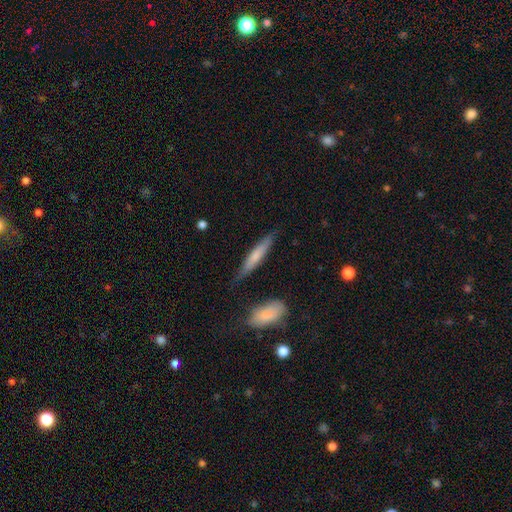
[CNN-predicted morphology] Q: Smooth or featured?
A: smooth (64%); runner-up: featured or disk (30%)
Q: How rounded?
A: cigar-shaped (88%); runner-up: in between (10%)
Q: Merging?
A: none (78%); runner-up: minor disturbance (16%)